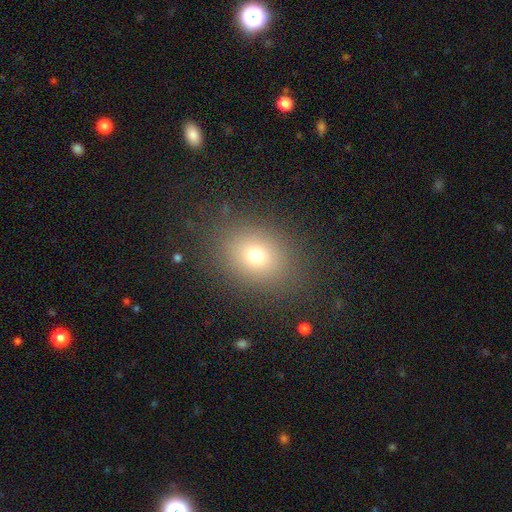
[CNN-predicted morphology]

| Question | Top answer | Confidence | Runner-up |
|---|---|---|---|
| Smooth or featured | smooth | 71% | star or artifact (17%) |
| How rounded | in between | 52% | round (47%) |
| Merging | none | 84% | minor disturbance (10%) |